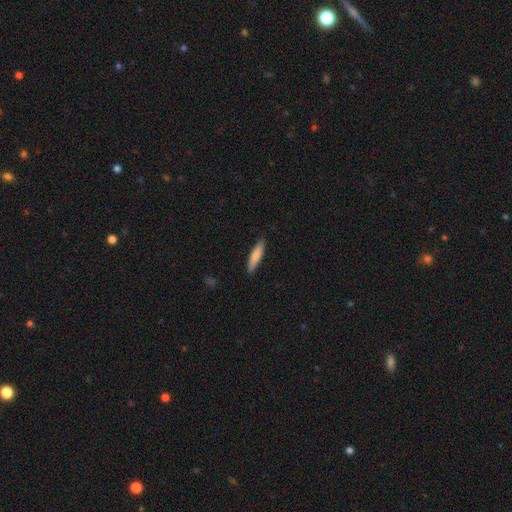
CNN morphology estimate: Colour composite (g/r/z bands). It shows a smooth galaxy with no disk features (79%) that is cigar-shaped (79%). Merging: none (88%).